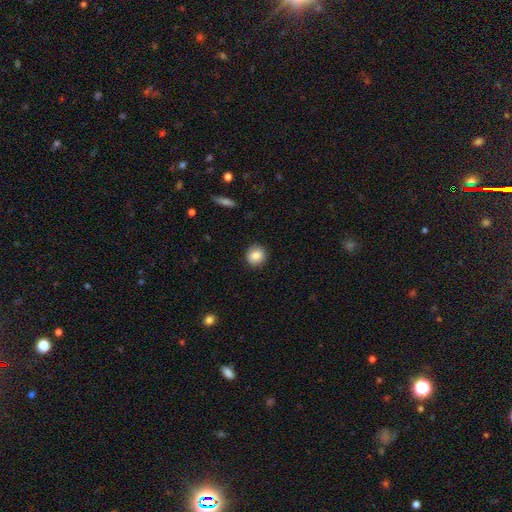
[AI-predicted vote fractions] Smooth or featured: smooth — 86% (star or artifact — 9%)
How rounded: round — 90% (in between — 9%)
Merging: none — 90% (minor disturbance — 7%)